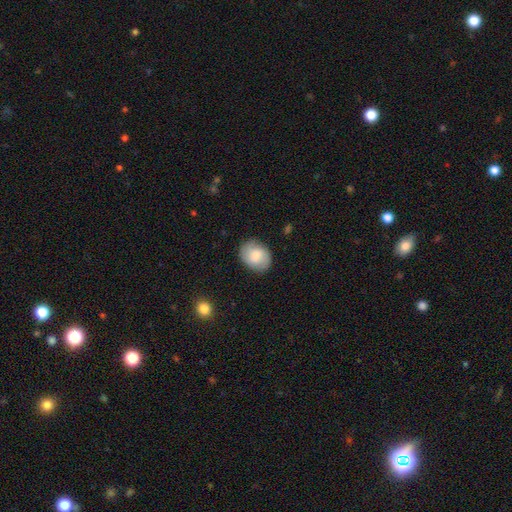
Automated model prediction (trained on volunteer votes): This is likely a smooth galaxy (64%). How rounded: possibly in between (52%). Merging: clearly none (81%).